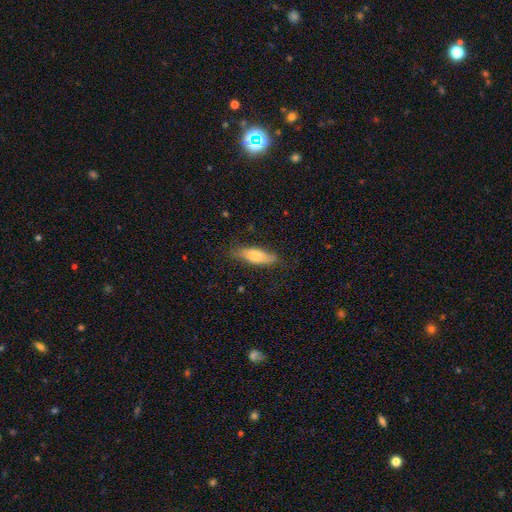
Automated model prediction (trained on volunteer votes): smooth-or-featured: smooth: 72% | featured or disk: 22% | star or artifact: 6%
  how-rounded: in between: 53% | cigar-shaped: 44% | round: 2%
  merging: none: 74% | minor disturbance: 20% | major disturbance: 5% | merger: 1%